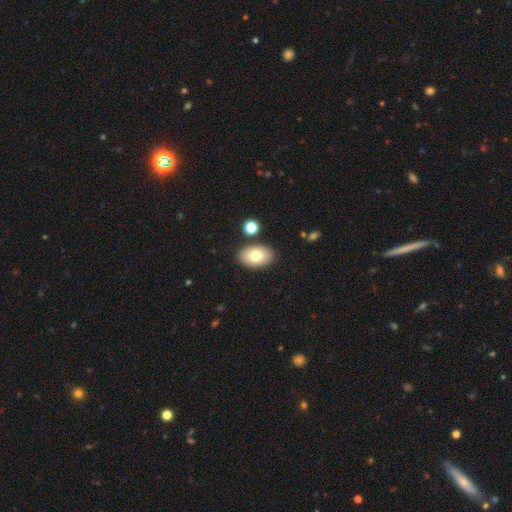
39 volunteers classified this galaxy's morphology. Overall: smooth (82%). How rounded: in between (97%). Merging: none (87%).